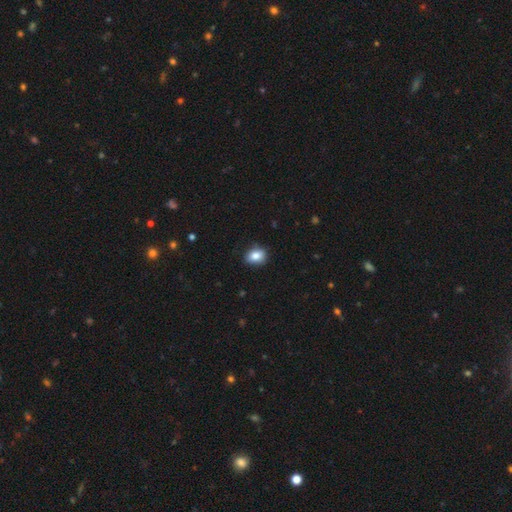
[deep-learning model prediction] Smooth or featured?
  - smooth: 85% *
  - star or artifact: 9%
  - featured or disk: 7%
How rounded?
  - in between: 61% *
  - round: 38%
  - cigar-shaped: 1%
Merging?
  - none: 82% *
  - minor disturbance: 15%
  - major disturbance: 2%
  - merger: 1%